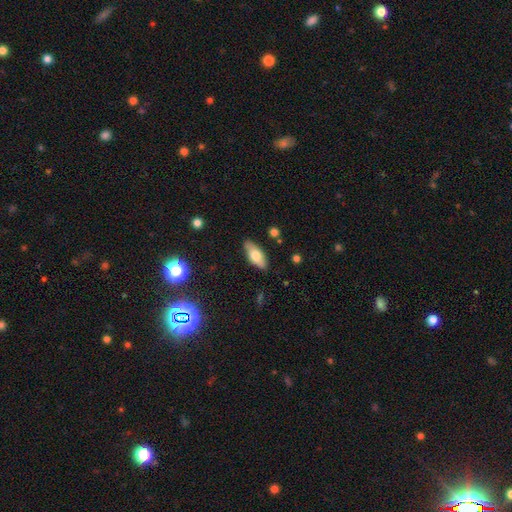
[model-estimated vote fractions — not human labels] The model was most divided on "smooth or featured": smooth: 69%, featured or disk: 24%, star or artifact: 7%. More confident: merging — none (86%); how rounded — in between (80%).